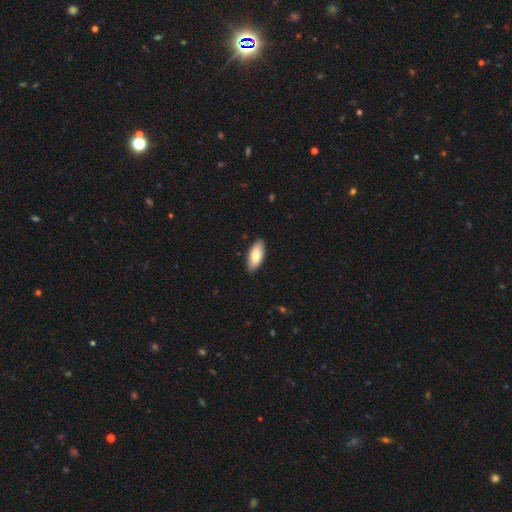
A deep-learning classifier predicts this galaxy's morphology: Smooth or featured: smooth — 79% (featured or disk — 16%)
How rounded: in between — 86% (cigar-shaped — 12%)
Merging: none — 88% (minor disturbance — 10%)